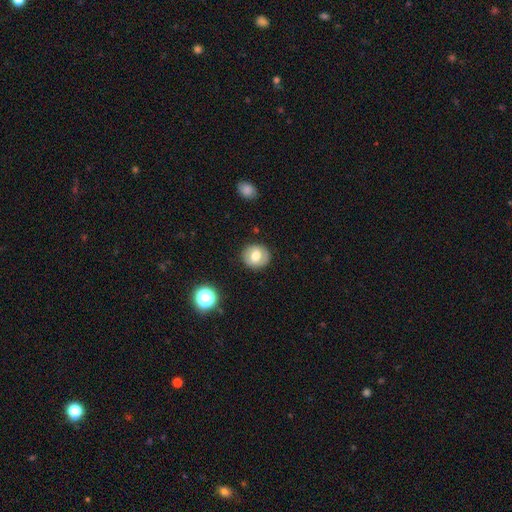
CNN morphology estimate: The model was most divided on "smooth or featured": smooth: 68%, featured or disk: 24%, star or artifact: 9%. More confident: merging — none (89%); how rounded — round (86%).